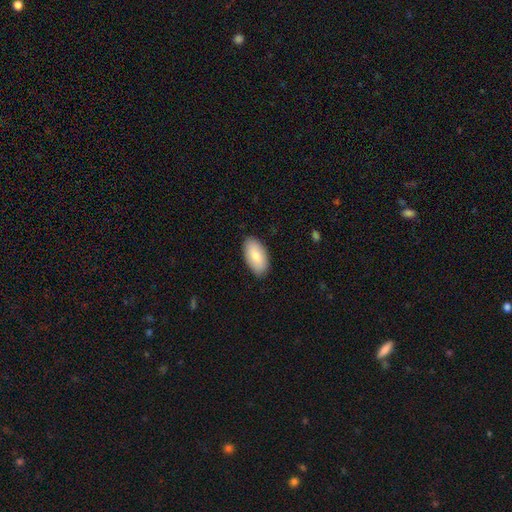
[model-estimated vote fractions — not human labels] Overall: smooth (81%). How rounded: in between (95%). Merging: none (87%).